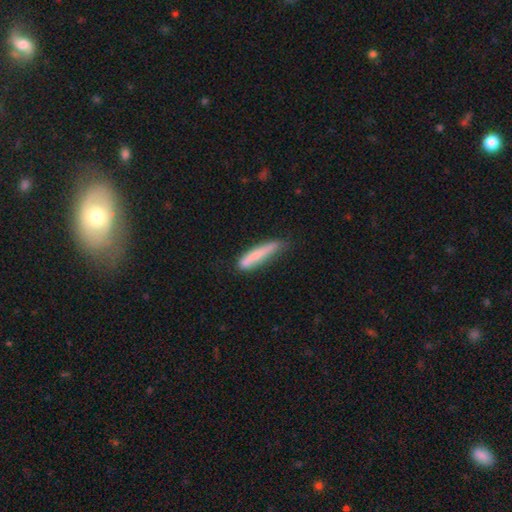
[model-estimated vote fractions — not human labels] smooth 72%, featured or disk 21%, star or artifact 6%. Down the decision tree: how rounded — cigar-shaped (91%); merging — none (64%).